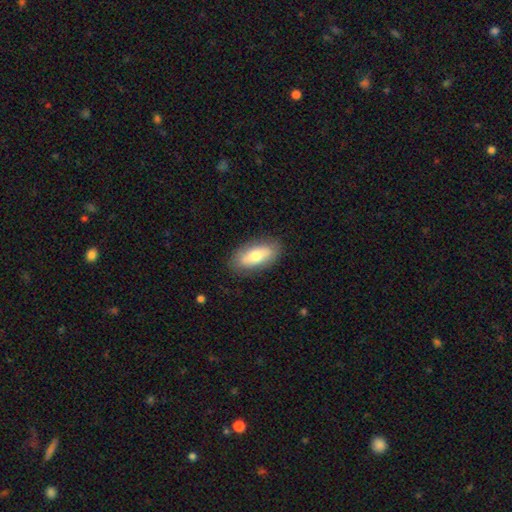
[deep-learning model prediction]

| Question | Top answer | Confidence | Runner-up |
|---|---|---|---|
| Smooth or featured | smooth | 68% | featured or disk (26%) |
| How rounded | in between | 85% | cigar-shaped (12%) |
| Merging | none | 85% | minor disturbance (11%) |